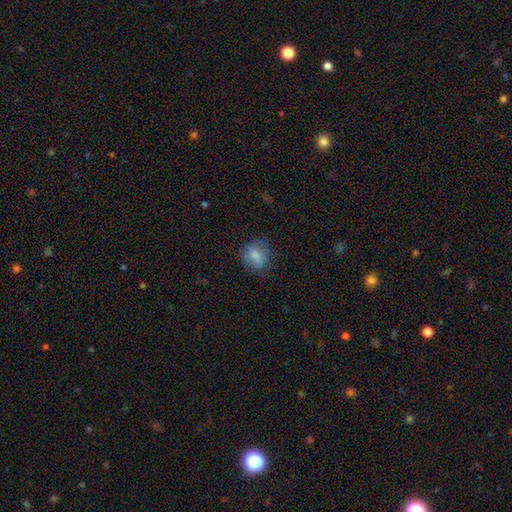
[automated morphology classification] Smooth or featured?
  - smooth: 80% *
  - featured or disk: 11%
  - star or artifact: 9%
How rounded?
  - round: 67% *
  - in between: 32%
  - cigar-shaped: 1%
Merging?
  - none: 73% *
  - minor disturbance: 19%
  - major disturbance: 7%
  - merger: 1%